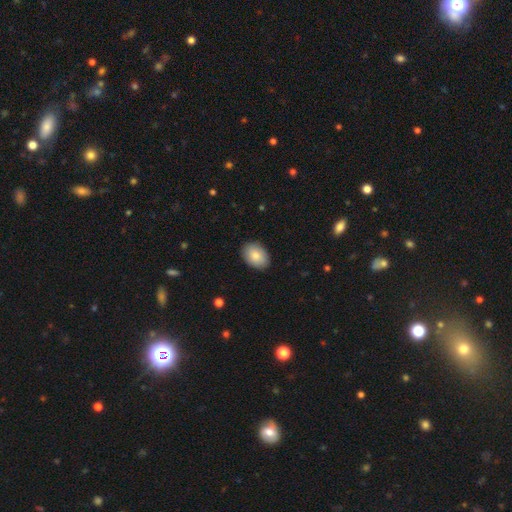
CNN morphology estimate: Smooth or featured? smooth (84%)
How rounded? in between (79%)
Merging? none (87%)